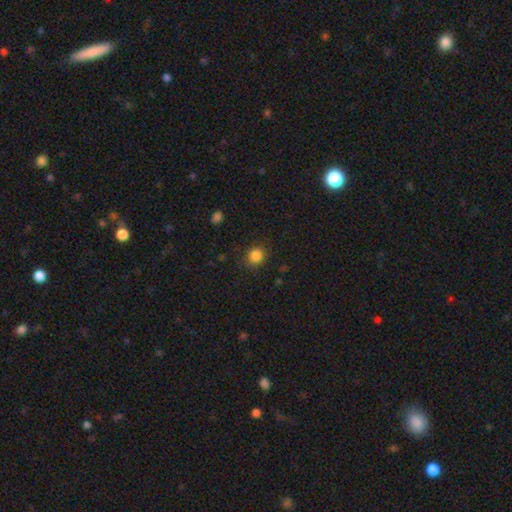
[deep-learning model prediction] This appears to be a smooth galaxy with no disk features (85%) that is round (84%). Merging: none (87%).